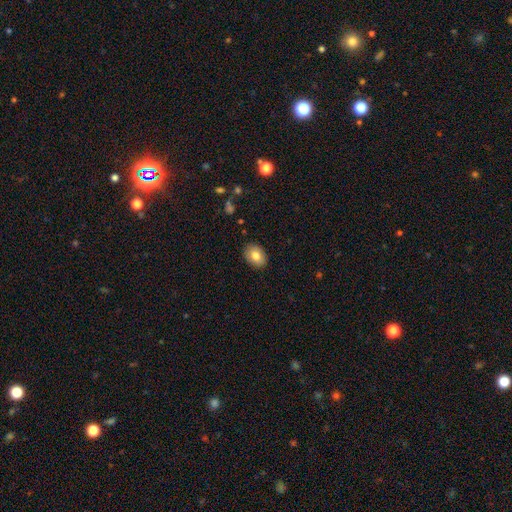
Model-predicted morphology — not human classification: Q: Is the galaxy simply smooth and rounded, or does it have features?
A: smooth — 80%.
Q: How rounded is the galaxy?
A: in between — 80%.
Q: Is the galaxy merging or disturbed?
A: none — 88%.